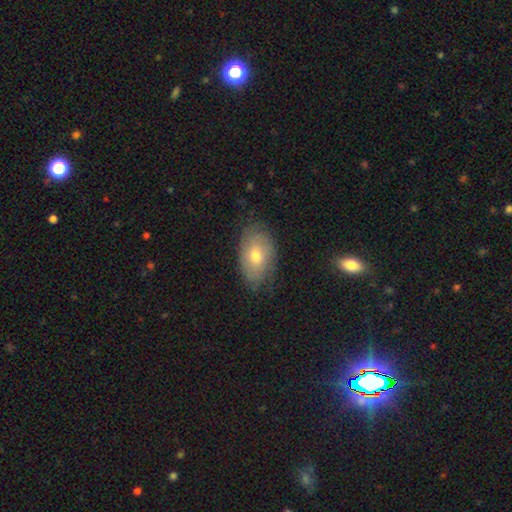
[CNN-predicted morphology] smooth 60%, featured or disk 32%, star or artifact 8%. Down the decision tree: how rounded — in between (90%); merging — none (73%).